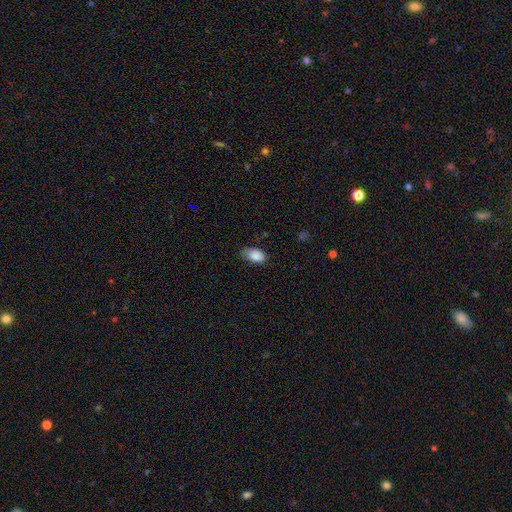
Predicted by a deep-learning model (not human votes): Q: Smooth or featured?
A: smooth (88%); runner-up: star or artifact (7%)
Q: How rounded?
A: in between (93%); runner-up: round (6%)
Q: Merging?
A: none (61%); runner-up: minor disturbance (31%)